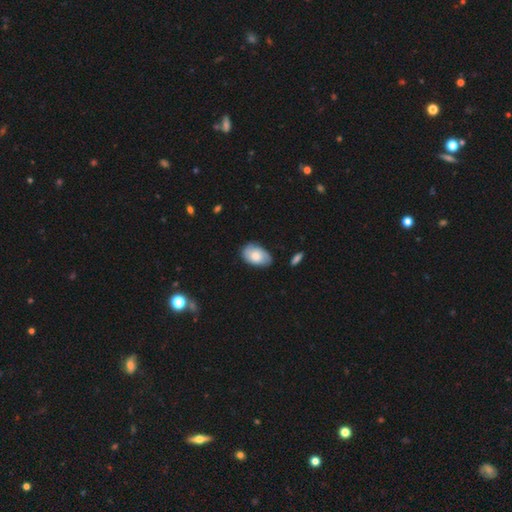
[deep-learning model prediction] The model was most divided on "smooth or featured": smooth: 67%, featured or disk: 27%, star or artifact: 6%. More confident: how rounded — in between (91%); merging — none (69%).